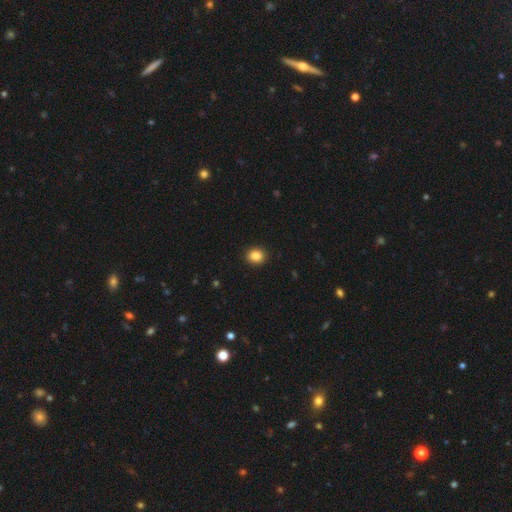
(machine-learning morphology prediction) This is clearly a smooth galaxy (86%). How rounded: likely round (69%). Merging: clearly none (92%).